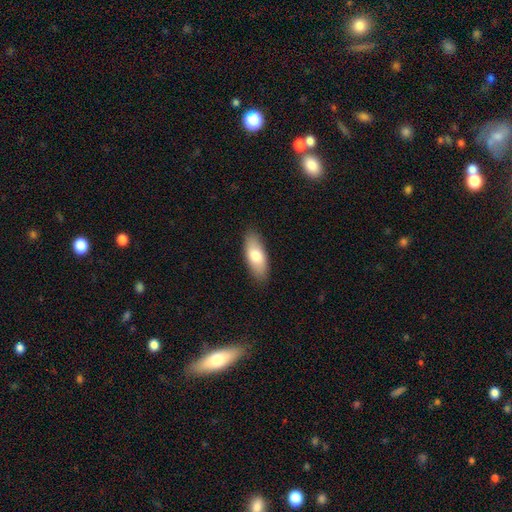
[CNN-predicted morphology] Smooth or featured?
  - smooth: 76% *
  - featured or disk: 18%
  - star or artifact: 6%
How rounded?
  - in between: 79% *
  - cigar-shaped: 18%
  - round: 2%
Merging?
  - none: 87% *
  - minor disturbance: 10%
  - major disturbance: 2%
  - merger: 1%